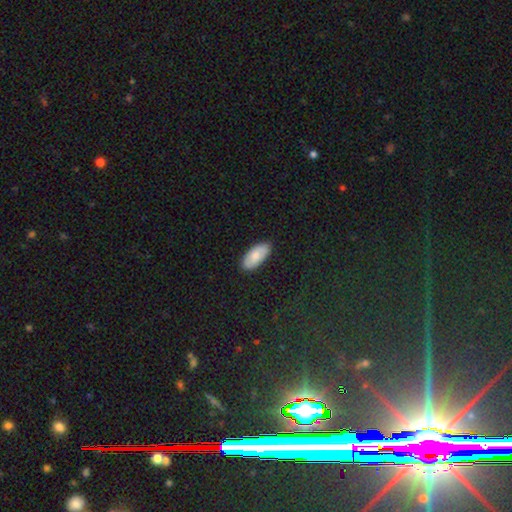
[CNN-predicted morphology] type=smooth (80%); roundness=in between (91%); merging=none (87%).